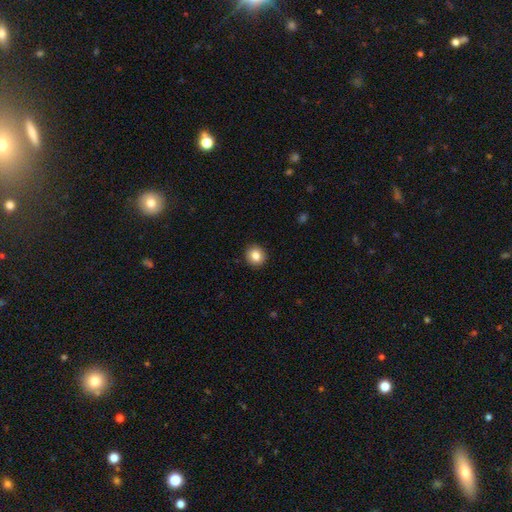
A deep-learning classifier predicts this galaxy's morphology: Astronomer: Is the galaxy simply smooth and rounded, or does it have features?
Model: smooth — 84%.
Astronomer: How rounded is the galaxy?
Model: round — 88%.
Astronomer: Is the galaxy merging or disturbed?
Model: none — 92%.